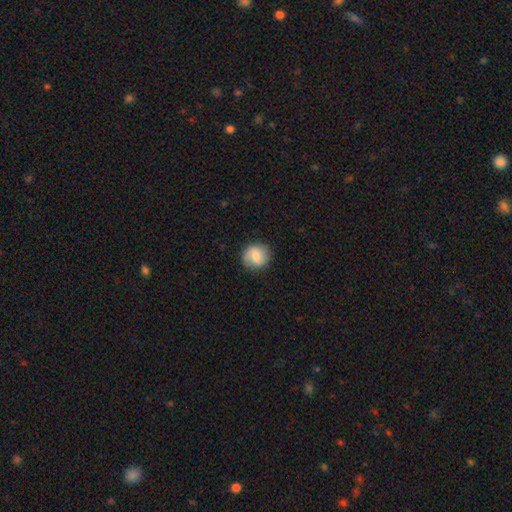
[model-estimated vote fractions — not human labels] A smooth galaxy with no disk features (68%) that is round (87%). Merging: none (85%).